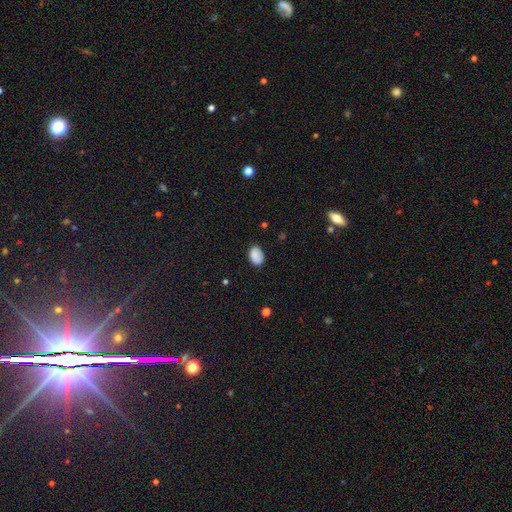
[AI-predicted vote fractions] Smooth or featured?
  - smooth: 86% *
  - star or artifact: 9%
  - featured or disk: 5%
How rounded?
  - in between: 82% *
  - round: 17%
  - cigar-shaped: 1%
Merging?
  - none: 80% *
  - minor disturbance: 15%
  - major disturbance: 3%
  - merger: 1%